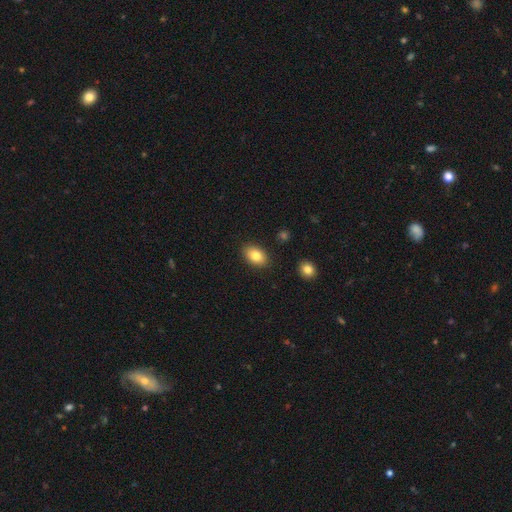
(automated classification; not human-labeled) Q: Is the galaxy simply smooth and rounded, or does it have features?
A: smooth — 82%.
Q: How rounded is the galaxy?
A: in between — 87%.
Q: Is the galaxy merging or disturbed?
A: none — 87%.